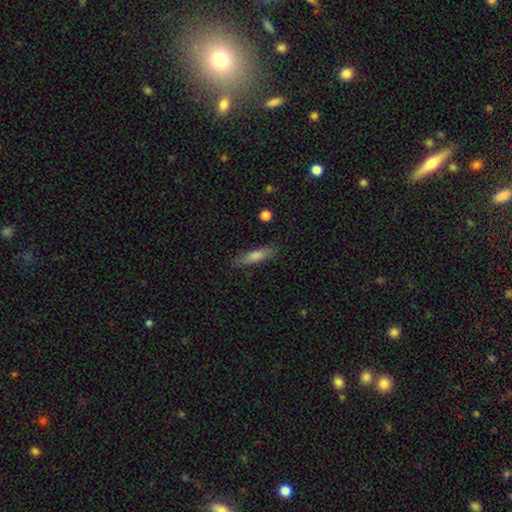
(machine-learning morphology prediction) type=smooth (70%); roundness=cigar-shaped (80%); merging=none (86%).